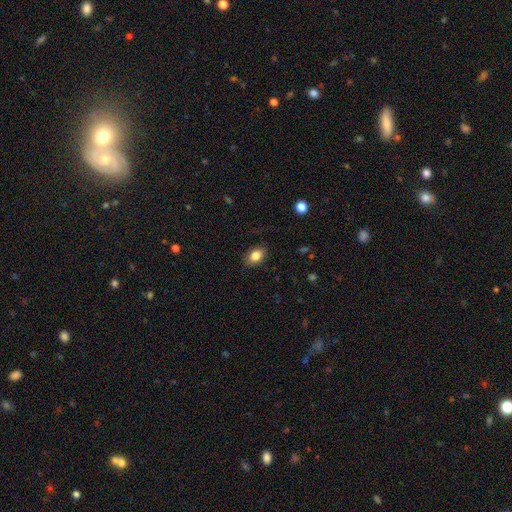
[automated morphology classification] smooth 84%, star or artifact 8%, featured or disk 8%. Down the decision tree: how rounded — in between (84%); merging — none (85%).